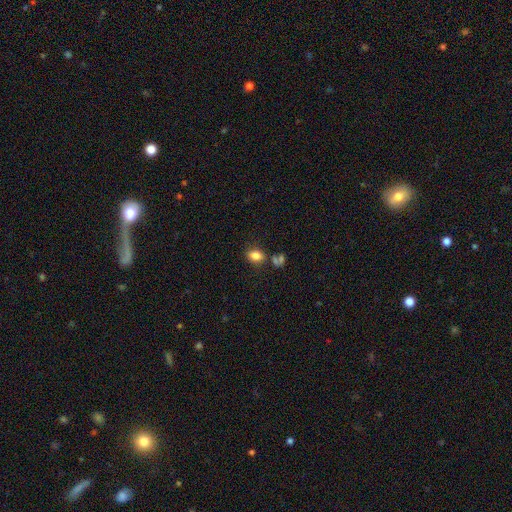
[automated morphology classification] Smooth or featured?
  - smooth: 82% *
  - star or artifact: 11%
  - featured or disk: 7%
How rounded?
  - in between: 73% *
  - round: 26%
  - cigar-shaped: 1%
Merging?
  - none: 67% *
  - minor disturbance: 15%
  - merger: 13%
  - major disturbance: 5%